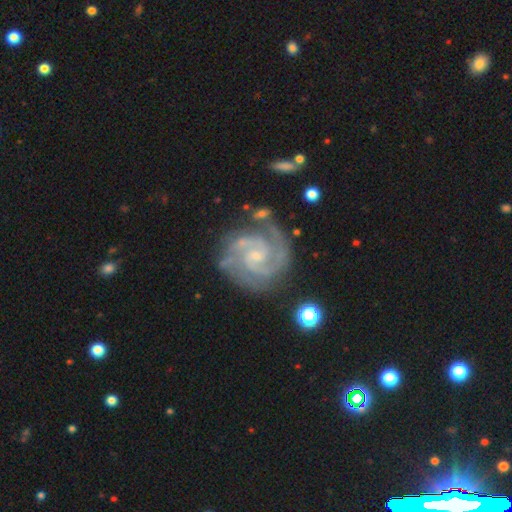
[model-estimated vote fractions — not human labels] A featured or disk galaxy (92%) with no bar (52%), 2 (60%) tight (60%) spiral arms (98%) and a small central bulge (71%). Merging: none (73%).